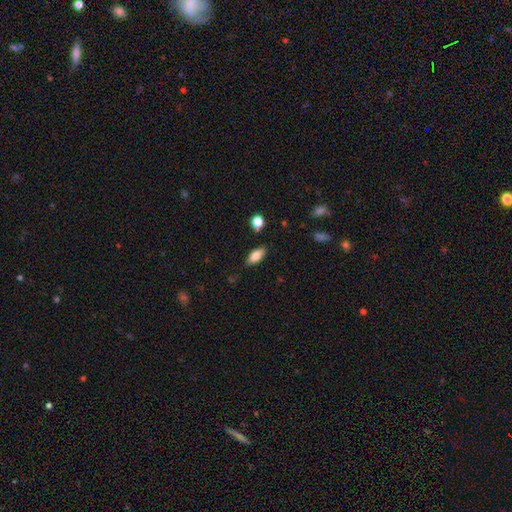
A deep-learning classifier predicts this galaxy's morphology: Smooth or featured?
  - smooth: 80% *
  - featured or disk: 12%
  - star or artifact: 8%
How rounded?
  - in between: 85% *
  - cigar-shaped: 13%
  - round: 3%
Merging?
  - none: 82% *
  - minor disturbance: 13%
  - major disturbance: 3%
  - merger: 2%